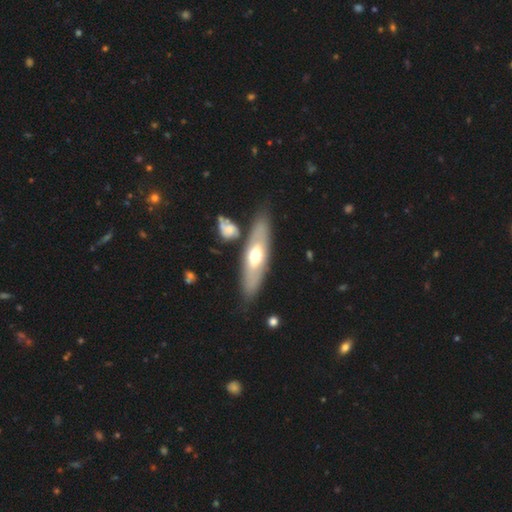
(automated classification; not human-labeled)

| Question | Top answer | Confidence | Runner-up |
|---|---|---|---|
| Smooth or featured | featured or disk | 50% | smooth (45%) |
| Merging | none | 81% | minor disturbance (11%) |